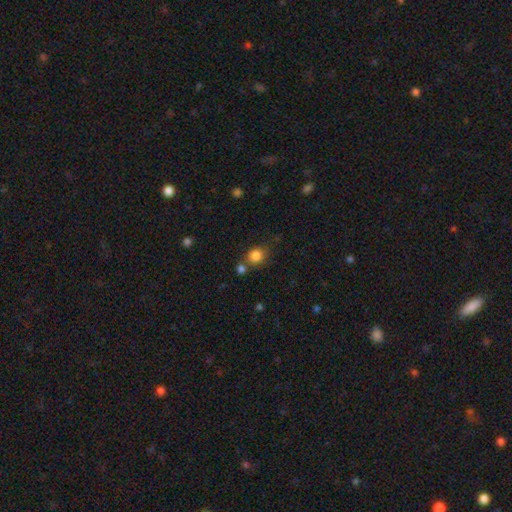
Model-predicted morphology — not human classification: type=smooth (84%); roundness=round (72%); merging=none (63%).